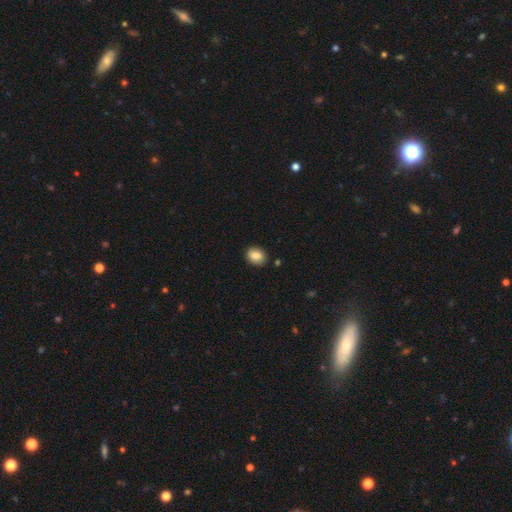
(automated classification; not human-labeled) A smooth galaxy with no disk features (84%) that is in between round and cigar-shaped (52%). Merging: none (88%).